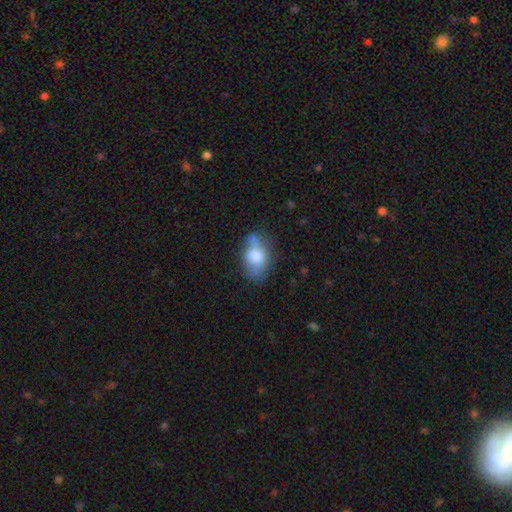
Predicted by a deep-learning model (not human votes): Smooth or featured?
  - smooth: 71% *
  - featured or disk: 20%
  - star or artifact: 8%
How rounded?
  - in between: 82% *
  - round: 16%
  - cigar-shaped: 3%
Merging?
  - none: 48% *
  - minor disturbance: 32%
  - major disturbance: 12%
  - merger: 9%